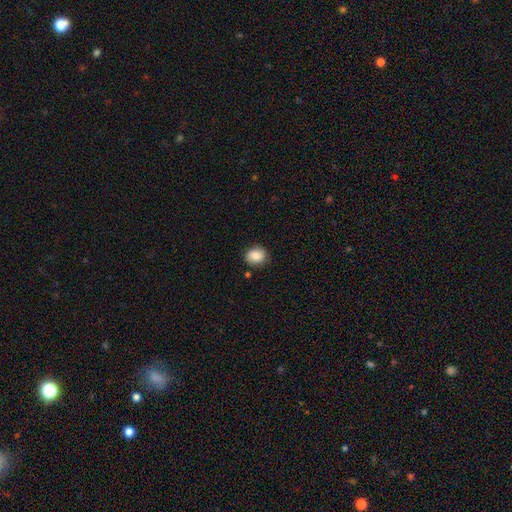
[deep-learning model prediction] Smooth or featured?
  - smooth: 79% *
  - featured or disk: 12%
  - star or artifact: 9%
How rounded?
  - round: 63% *
  - in between: 36%
  - cigar-shaped: 1%
Merging?
  - none: 79% *
  - minor disturbance: 16%
  - major disturbance: 3%
  - merger: 2%